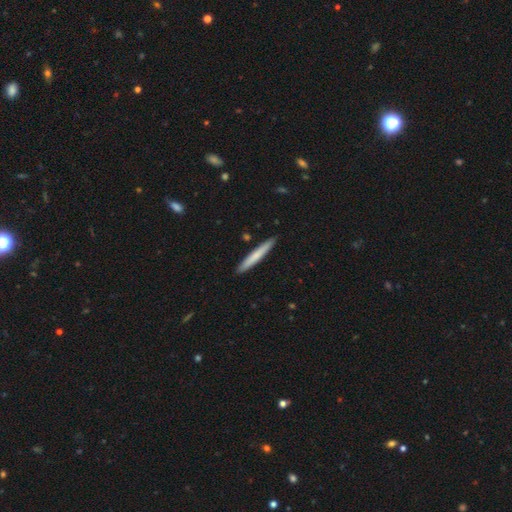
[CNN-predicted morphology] Smooth or featured?
  - smooth: 69% *
  - featured or disk: 26%
  - star or artifact: 5%
How rounded?
  - cigar-shaped: 96% *
  - in between: 3%
  - round: 1%
Merging?
  - none: 91% *
  - minor disturbance: 6%
  - merger: 1%
  - major disturbance: 1%